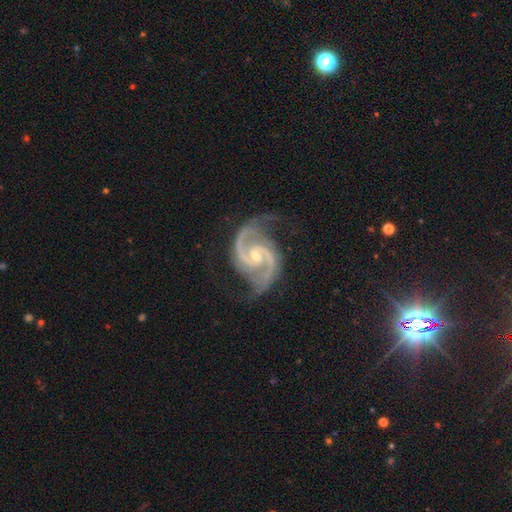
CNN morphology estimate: smooth_or_featured: featured or disk (p=0.94) [alt: star or artifact p=0.04]
disk_edge_on: no (p=0.98) [alt: yes p=0.02]
bar: no (p=0.47) [alt: weak p=0.40]
has_spiral_arms: yes (p=0.99) [alt: no p=0.01]
spiral_winding: medium (p=0.64) [alt: tight p=0.24]
spiral_arm_count: 2 (p=0.92) [alt: 3 p=0.03]
bulge_size: small (p=0.60) [alt: moderate p=0.36]
merging: none (p=0.69) [alt: minor disturbance p=0.20]